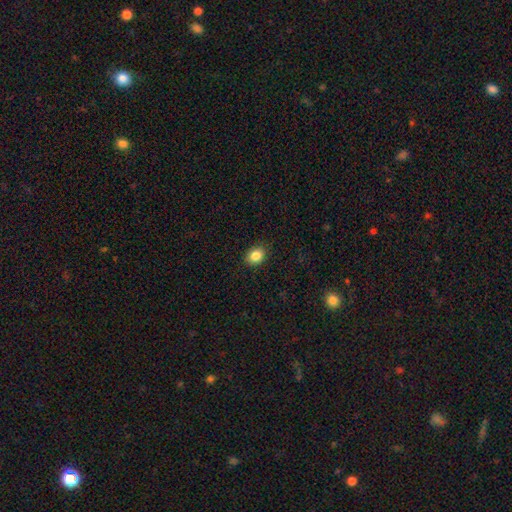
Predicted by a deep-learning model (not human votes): Smooth or featured? Predicted: smooth (p=0.86). How rounded? Predicted: in between (p=0.50). Merging? Predicted: none (p=0.89).